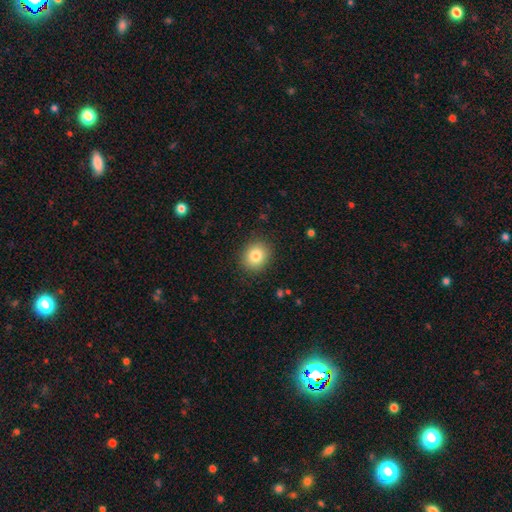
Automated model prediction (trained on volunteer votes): smooth_or_featured: smooth (p=0.83) [alt: star or artifact p=0.10]
how_rounded: round (p=0.68) [alt: in between p=0.31]
merging: none (p=0.89) [alt: minor disturbance p=0.08]